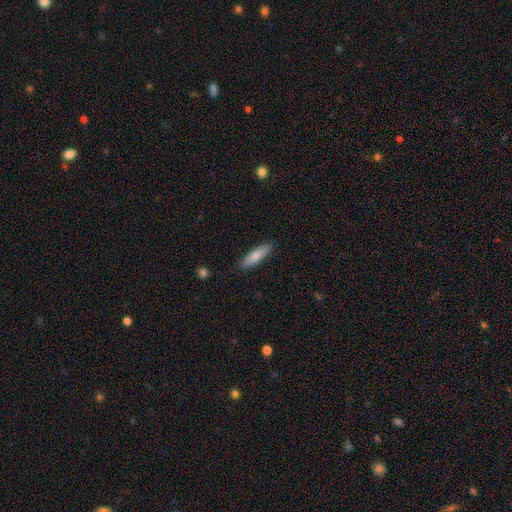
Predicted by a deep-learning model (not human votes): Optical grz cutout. It shows a smooth galaxy with no disk features (82%) that is cigar-shaped (66%). Merging: none (88%).